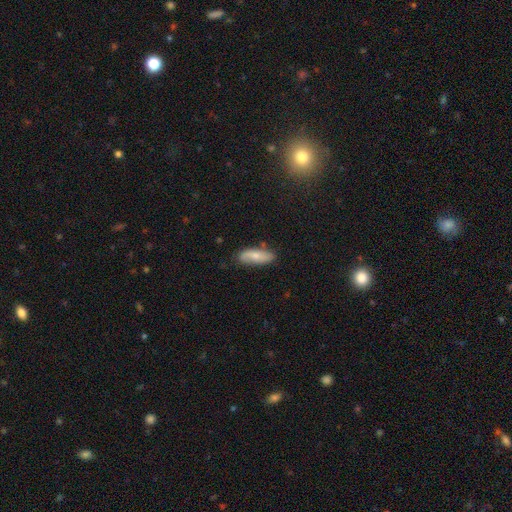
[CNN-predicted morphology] type=smooth (61%); roundness=in between (68%); merging=none (72%).